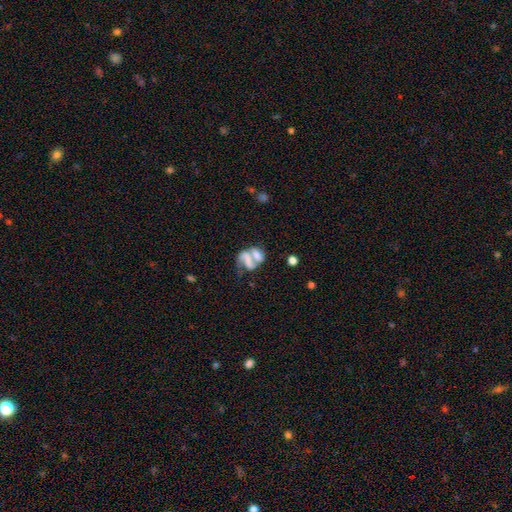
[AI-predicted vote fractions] smooth-or-featured: featured or disk: 49% | smooth: 40% | star or artifact: 11%
  merging: merger: 57% | none: 17% | major disturbance: 17% | minor disturbance: 9%